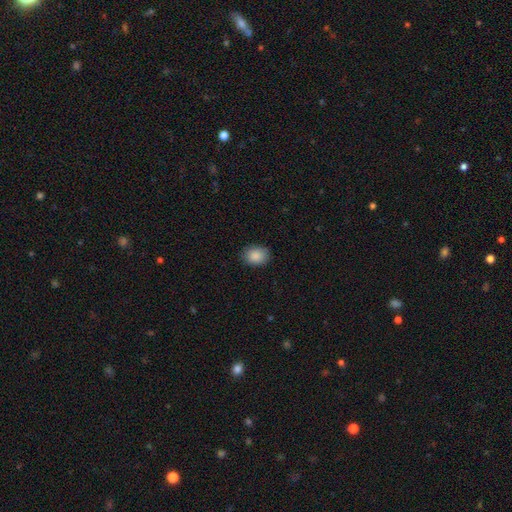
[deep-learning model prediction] Overall: smooth (88%). How rounded: in between (61%; round 38%). Merging: none (85%).